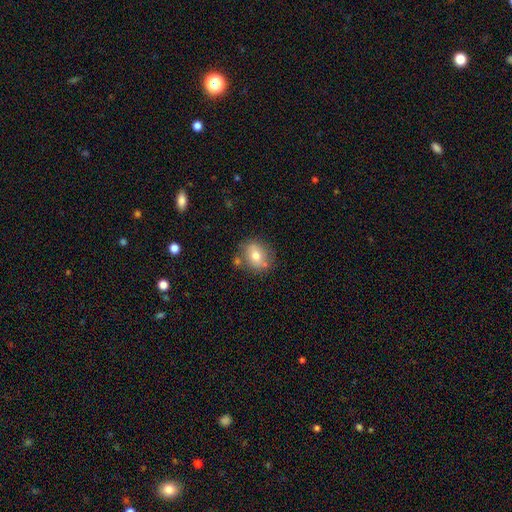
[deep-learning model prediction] Smooth or featured? Predicted: smooth (p=0.69). How rounded? Predicted: round (p=0.61). Merging? Predicted: none (p=0.72).